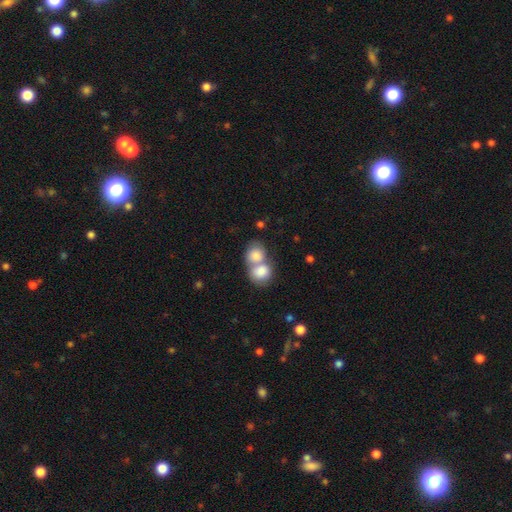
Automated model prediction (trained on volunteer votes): The model was most divided on "how rounded": round: 60%, in between: 39%, cigar-shaped: 1%. More confident: smooth or featured — smooth (81%); merging — merger (73%).